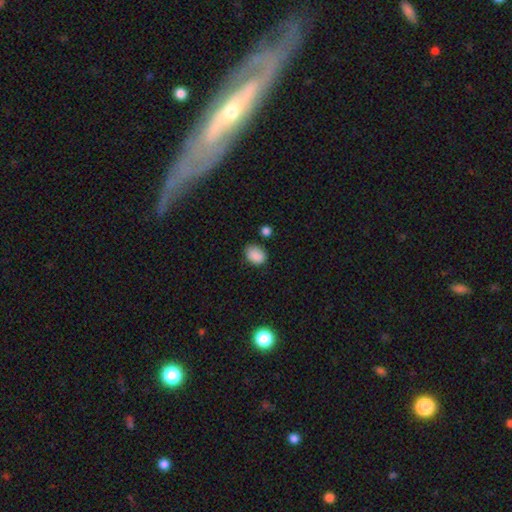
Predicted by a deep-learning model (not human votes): The model was most divided on "how rounded": in between: 66%, round: 33%, cigar-shaped: 1%. More confident: smooth or featured — smooth (88%); merging — none (74%).